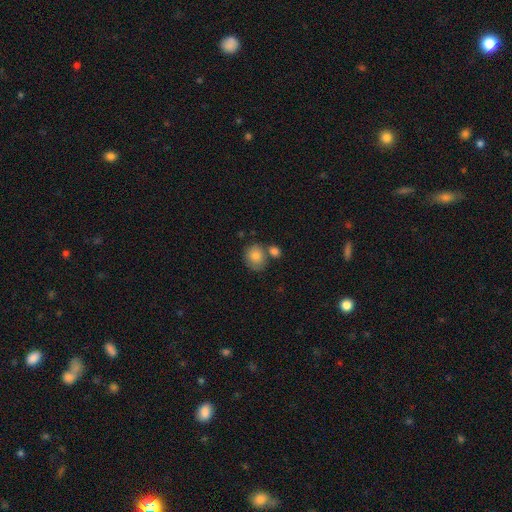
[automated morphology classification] Smooth or featured?
  - smooth: 82% *
  - featured or disk: 9%
  - star or artifact: 8%
How rounded?
  - round: 69% *
  - in between: 30%
  - cigar-shaped: 1%
Merging?
  - none: 56% *
  - merger: 27%
  - minor disturbance: 13%
  - major disturbance: 4%